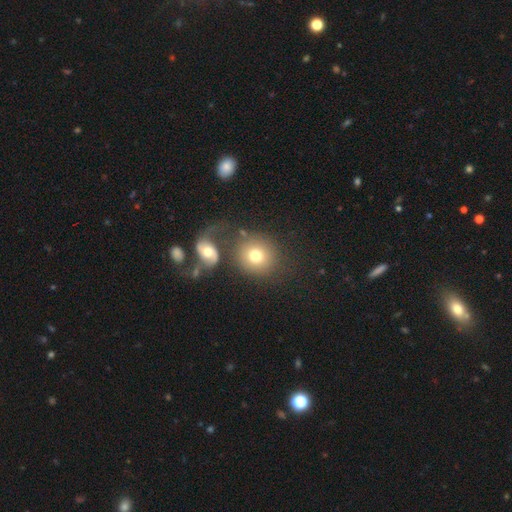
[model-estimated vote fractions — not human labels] This is likely a smooth galaxy (72%). How rounded: clearly round (85%). Merging: likely none (60%).